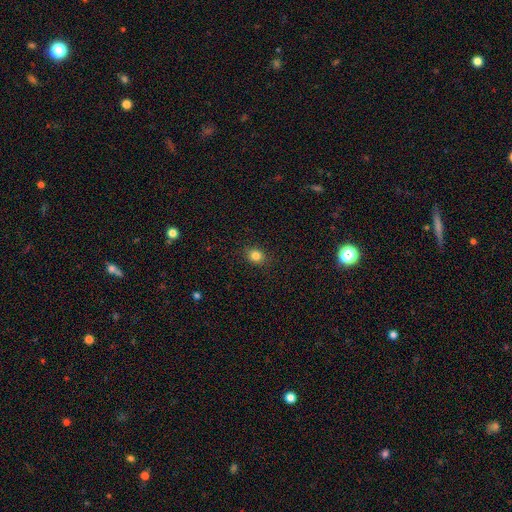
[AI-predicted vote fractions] smooth_or_featured: smooth (p=0.83) [alt: star or artifact p=0.12]
how_rounded: round (p=0.62) [alt: in between p=0.37]
merging: none (p=0.89) [alt: minor disturbance p=0.08]